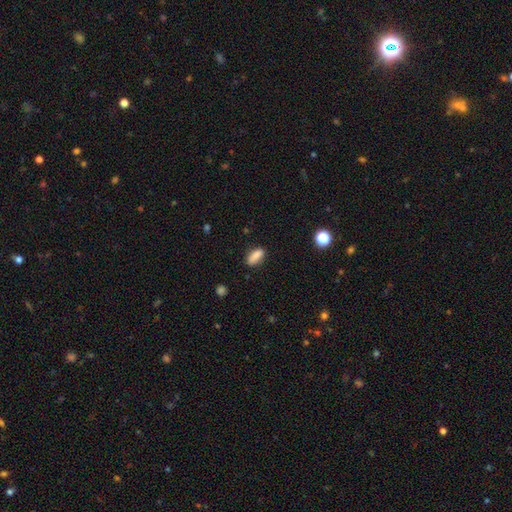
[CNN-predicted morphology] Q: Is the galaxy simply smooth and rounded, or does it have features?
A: smooth — 84%.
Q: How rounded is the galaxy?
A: in between — 76%.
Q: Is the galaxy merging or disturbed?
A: none — 80%.